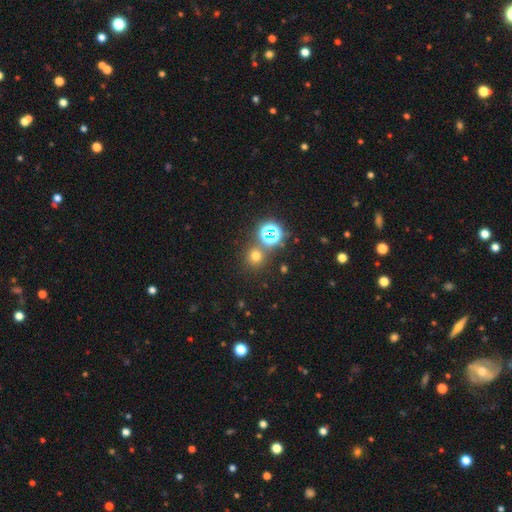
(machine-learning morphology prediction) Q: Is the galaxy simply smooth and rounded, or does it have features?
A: smooth — 63%.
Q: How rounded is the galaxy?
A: round — 91%.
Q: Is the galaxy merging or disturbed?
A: none — 76%.